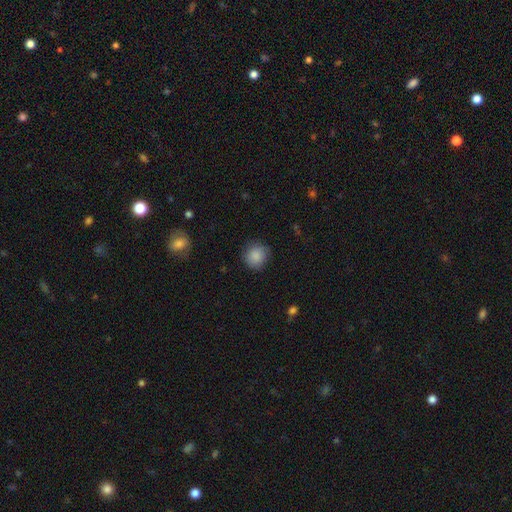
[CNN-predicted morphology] smooth 88%, star or artifact 8%, featured or disk 4%. Down the decision tree: how rounded — round (90%); merging — none (86%).